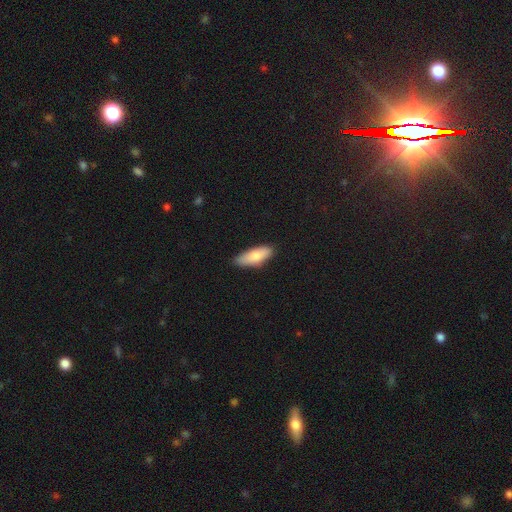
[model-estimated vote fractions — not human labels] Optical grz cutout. It shows a smooth galaxy with no disk features (78%) that is in between round and cigar-shaped (72%). Merging: none (80%).